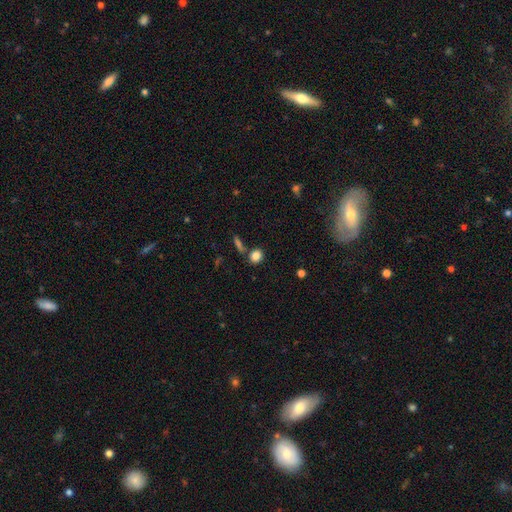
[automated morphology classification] Smooth or featured? Predicted: smooth (p=0.84). How rounded? Predicted: round (p=0.68). Merging? Predicted: none (p=0.72).